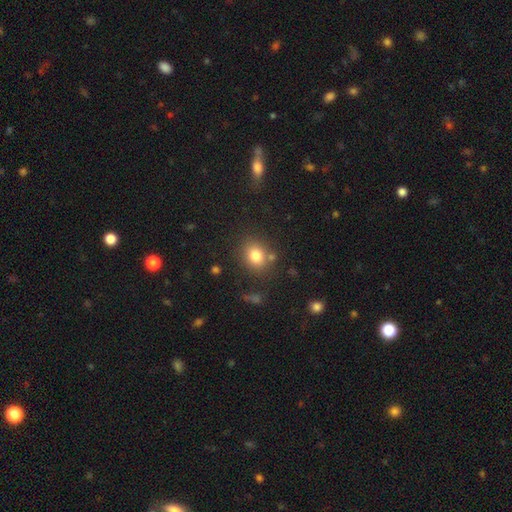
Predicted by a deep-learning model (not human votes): Morphology: type=smooth (79%); roundness=round (58%); merging=none (76%).